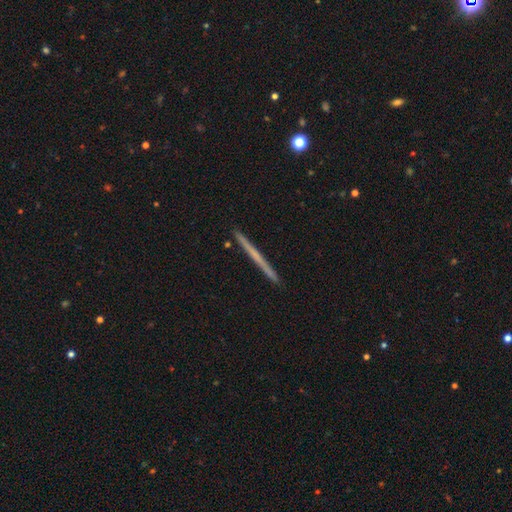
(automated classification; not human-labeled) Smooth or featured? Predicted: featured or disk (p=0.56). Edge-on disk? Predicted: yes (p=0.98). Edge-on bulge? Predicted: none (p=0.86). Merging? Predicted: none (p=0.92).